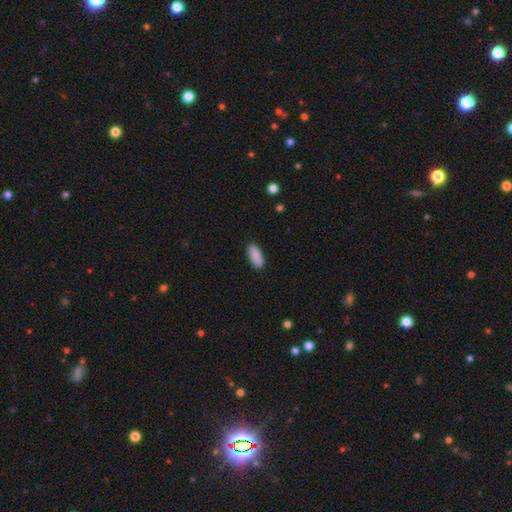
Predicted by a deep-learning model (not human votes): Morphology: type=smooth (90%); roundness=in between (81%); merging=none (89%).